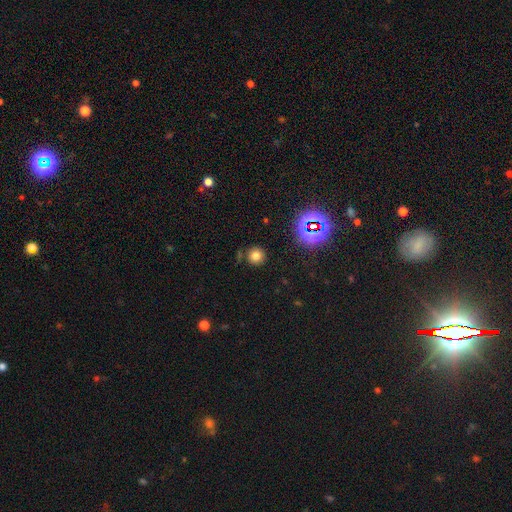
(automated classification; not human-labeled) Smooth or featured? smooth (73%)
How rounded? round (93%)
Merging? none (83%)